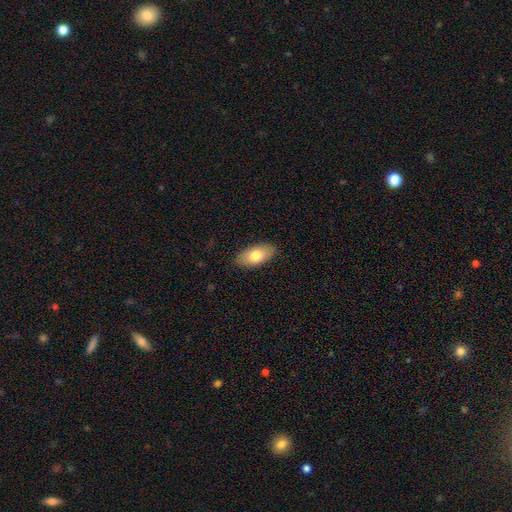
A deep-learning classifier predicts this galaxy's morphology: Smooth or featured?
  - smooth: 76% *
  - featured or disk: 17%
  - star or artifact: 6%
How rounded?
  - in between: 92% *
  - cigar-shaped: 5%
  - round: 3%
Merging?
  - none: 88% *
  - minor disturbance: 9%
  - major disturbance: 2%
  - merger: 1%